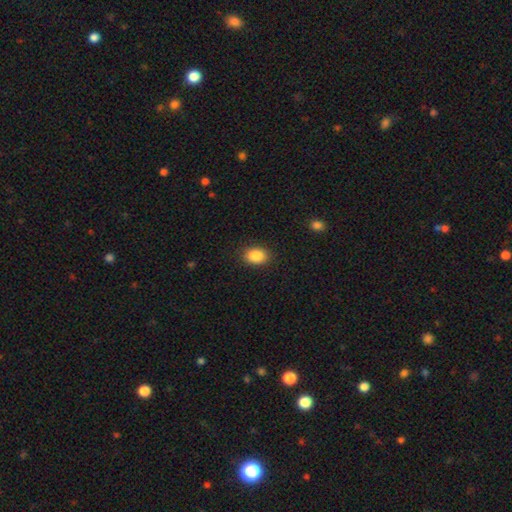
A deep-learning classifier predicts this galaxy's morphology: smooth 87%, star or artifact 8%, featured or disk 4%. Down the decision tree: how rounded — in between (73%); merging — none (88%).